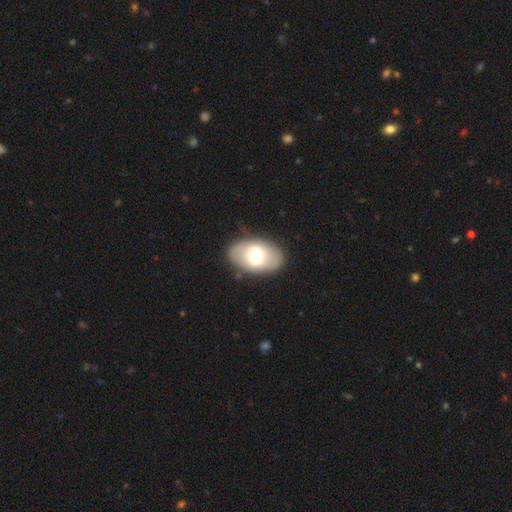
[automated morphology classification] This appears to be a smooth galaxy with no disk features (59%) that is in between round and cigar-shaped (90%). Merging: none (82%).